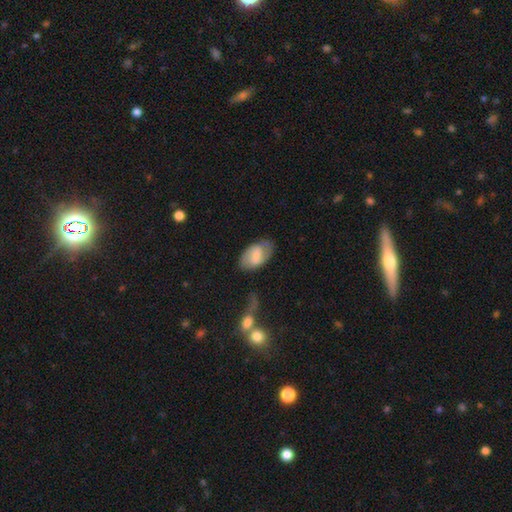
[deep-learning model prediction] A smooth galaxy with no disk features (52%) that is in between round and cigar-shaped (93%). Merging: none (70%).